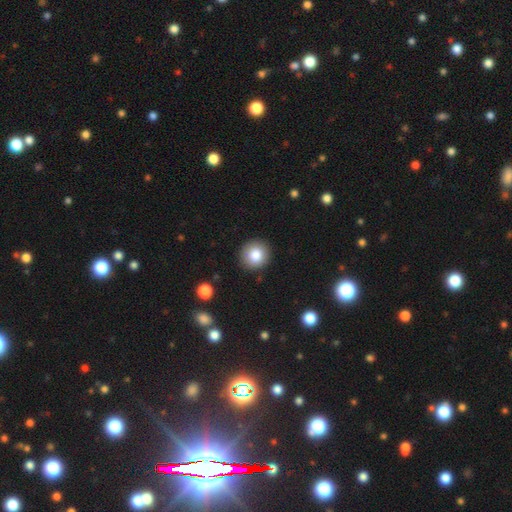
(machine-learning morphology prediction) The model was most divided on "smooth or featured": smooth: 82%, star or artifact: 9%, featured or disk: 9%. More confident: how rounded — round (92%); merging — none (90%).